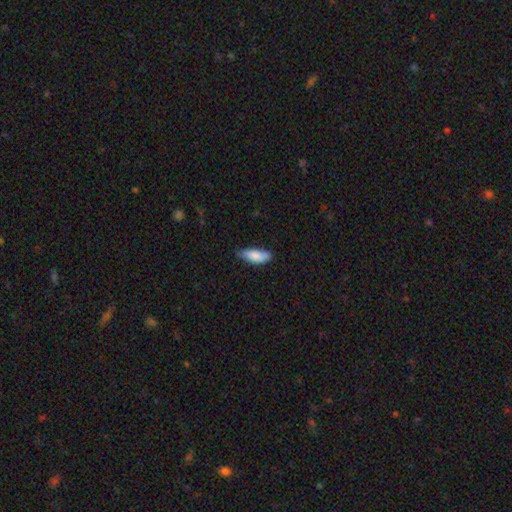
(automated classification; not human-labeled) This appears to be a smooth galaxy with no disk features (85%) that is in between round and cigar-shaped (77%). Merging: none (64%).